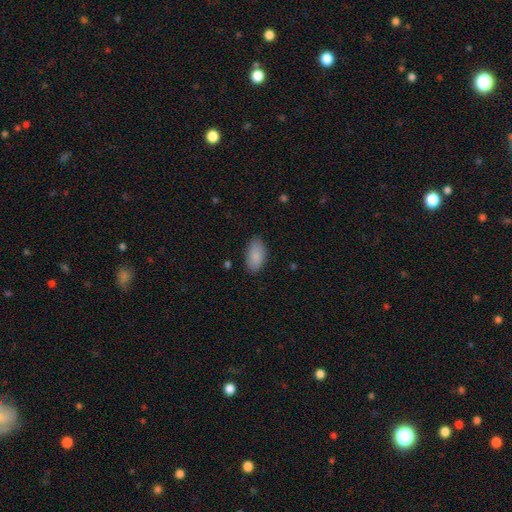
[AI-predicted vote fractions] A smooth galaxy with no disk features (87%) that is in between round and cigar-shaped (94%). Merging: none (83%).